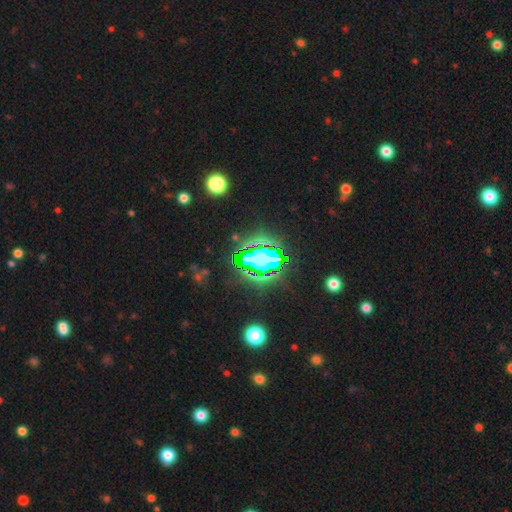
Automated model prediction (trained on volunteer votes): A star or artifact, not a galaxy (71%).